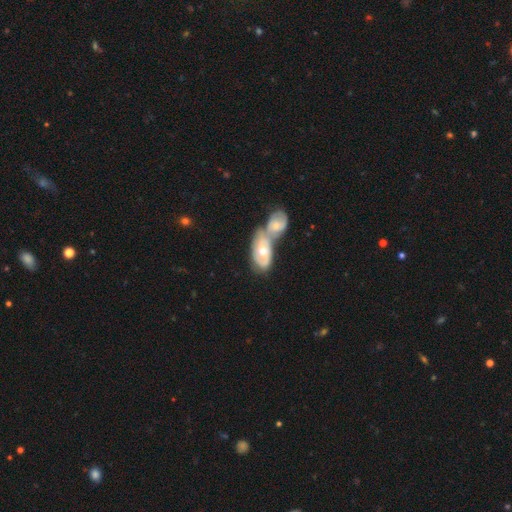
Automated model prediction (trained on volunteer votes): Overall: smooth (44%; featured or disk 40%). Merging: merger (64%).